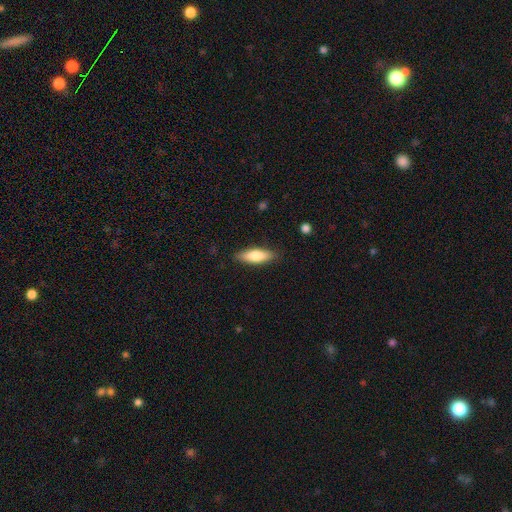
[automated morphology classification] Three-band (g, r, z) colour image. It shows a smooth galaxy with no disk features (76%) that is in between round and cigar-shaped (59%). Merging: none (86%).